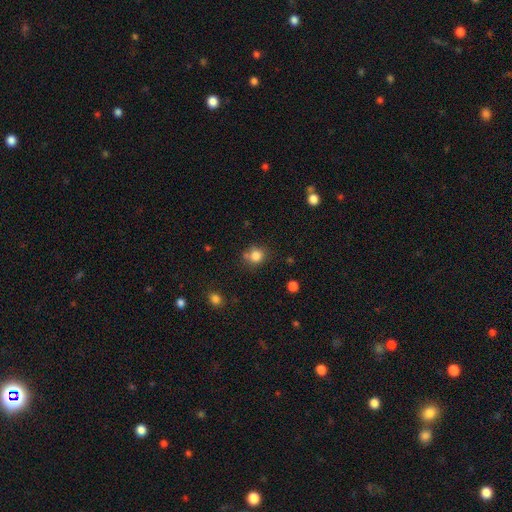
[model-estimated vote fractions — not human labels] Smooth or featured: smooth — 81% (star or artifact — 12%)
How rounded: round — 83% (in between — 16%)
Merging: none — 67% (merger — 14%)